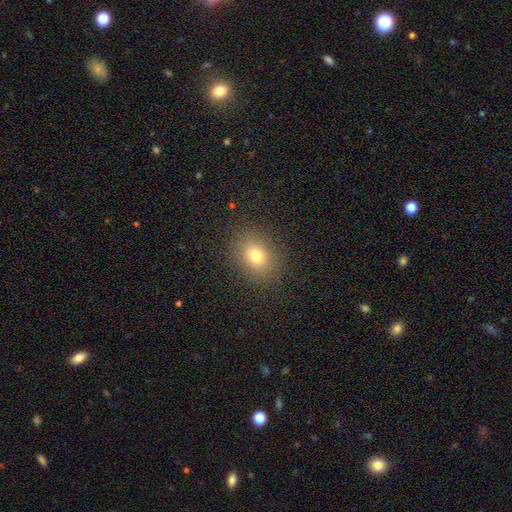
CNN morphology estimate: This appears to be a smooth galaxy with no disk features (79%) that is in between round and cigar-shaped (56%). Merging: none (87%).